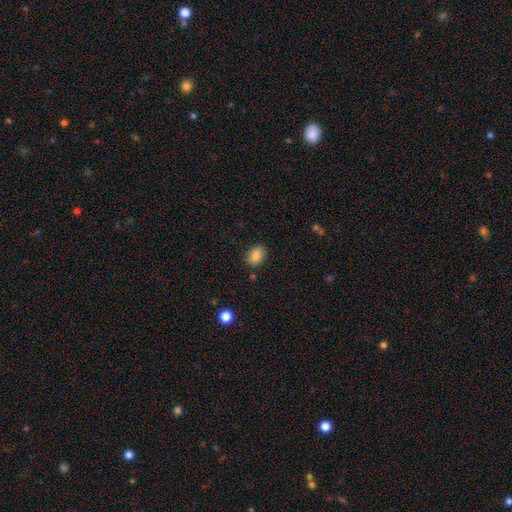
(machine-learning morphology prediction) Q: Smooth or featured?
A: smooth (84%); runner-up: star or artifact (9%)
Q: How rounded?
A: in between (78%); runner-up: round (20%)
Q: Merging?
A: none (85%); runner-up: minor disturbance (11%)